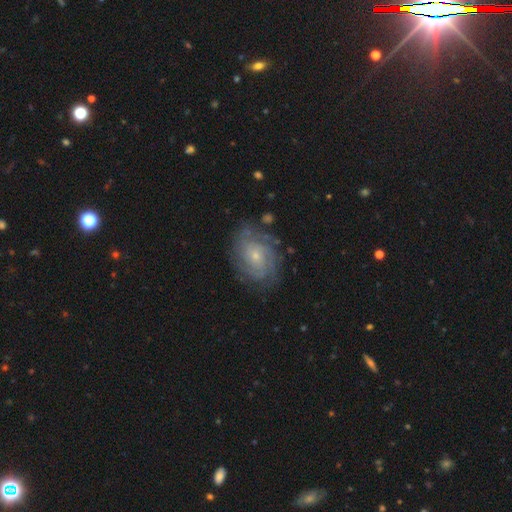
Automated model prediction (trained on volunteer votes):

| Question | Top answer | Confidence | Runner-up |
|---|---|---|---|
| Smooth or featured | featured or disk | 78% | smooth (15%) |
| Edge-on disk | no | 97% | yes (3%) |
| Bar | no | 73% | weak (23%) |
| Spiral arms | yes | 93% | no (7%) |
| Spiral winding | tight | 67% | medium (26%) |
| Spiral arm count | can't tell | 41% | 3 (16%) |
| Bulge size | small | 71% | moderate (25%) |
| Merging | none | 74% | minor disturbance (17%) |